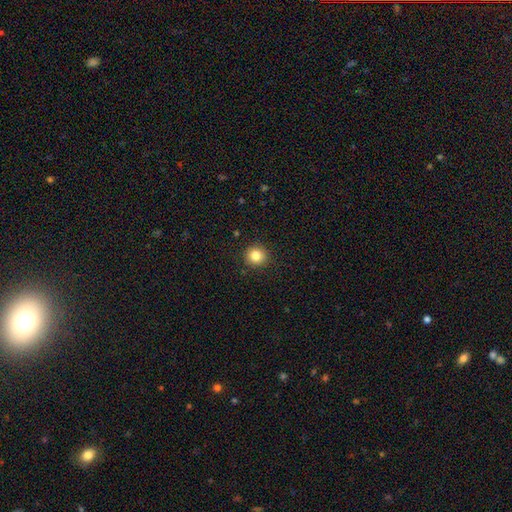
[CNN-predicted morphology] Smooth or featured?
  - smooth: 84% *
  - star or artifact: 11%
  - featured or disk: 5%
How rounded?
  - round: 93% *
  - in between: 6%
  - cigar-shaped: 1%
Merging?
  - none: 92% *
  - minor disturbance: 6%
  - major disturbance: 2%
  - merger: 1%